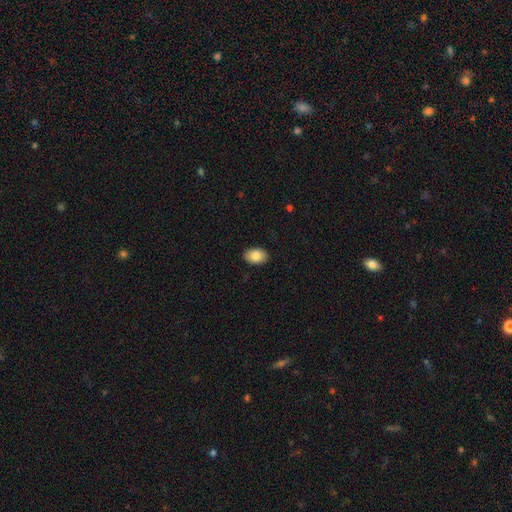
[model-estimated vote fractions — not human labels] smooth-or-featured: smooth: 83% | featured or disk: 10% | star or artifact: 7%
  how-rounded: in between: 86% | round: 13% | cigar-shaped: 1%
  merging: none: 90% | minor disturbance: 7% | major disturbance: 2% | merger: 1%